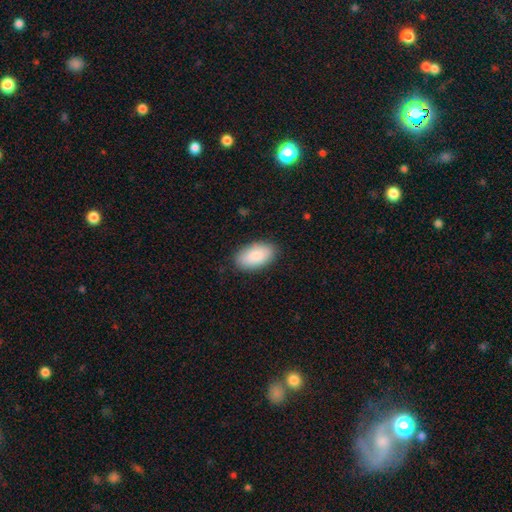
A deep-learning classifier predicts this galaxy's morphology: Smooth or featured? Predicted: smooth (p=0.89). How rounded? Predicted: in between (p=0.95). Merging? Predicted: none (p=0.86).